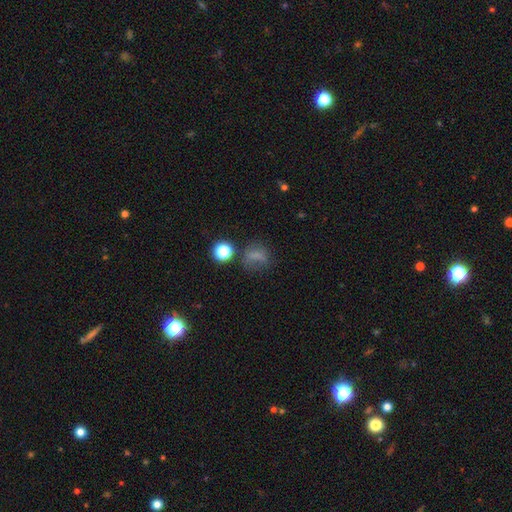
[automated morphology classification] Smooth or featured? smooth (63%)
How rounded? round (62%)
Merging? none (53%)